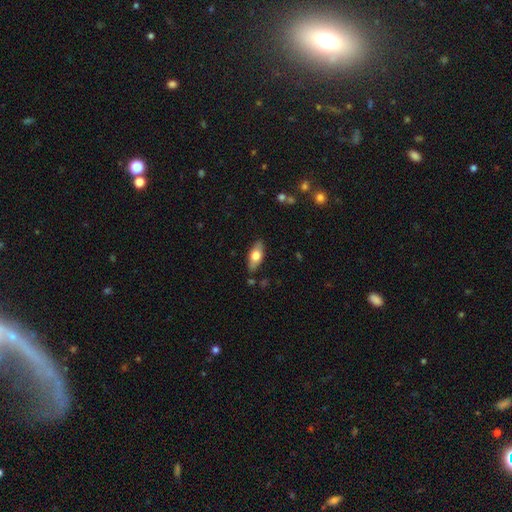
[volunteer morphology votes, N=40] type=smooth (65%); roundness=in between (77%); merging=none (90%).